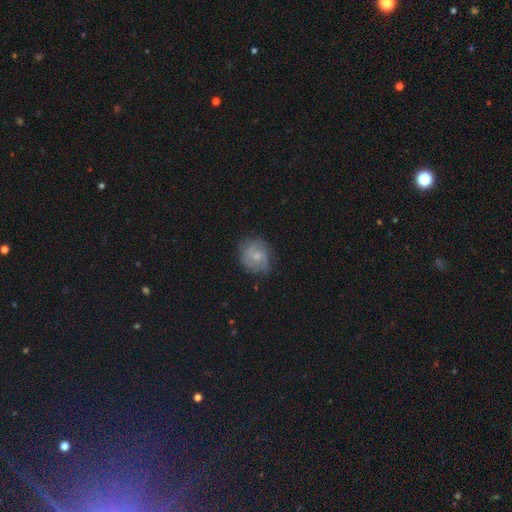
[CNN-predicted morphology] type=featured or disk (61%); edge-on=no (98%); bar=no (57%); spiral arms=yes (86%); winding=medium (44%); arm count=2 (61%); bulge=small (54%); merging=none (73%).